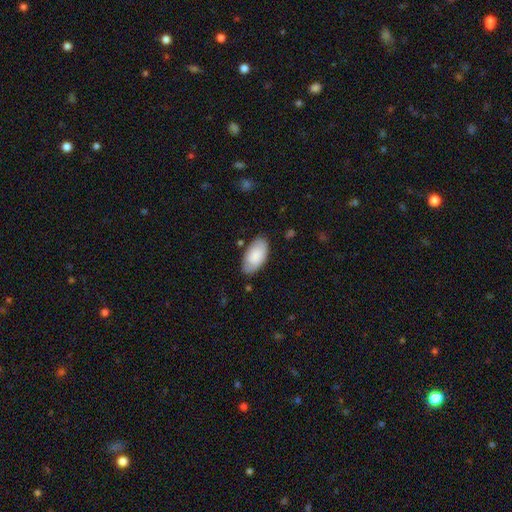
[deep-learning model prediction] This is clearly a smooth galaxy (82%). How rounded: clearly in between (96%). Merging: likely none (78%).